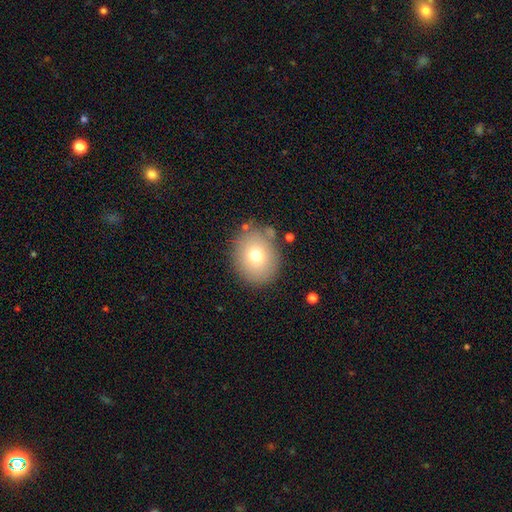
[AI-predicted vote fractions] The model was most divided on "how rounded": round: 72%, in between: 27%, cigar-shaped: 1%. More confident: merging — none (82%); smooth or featured — smooth (72%).